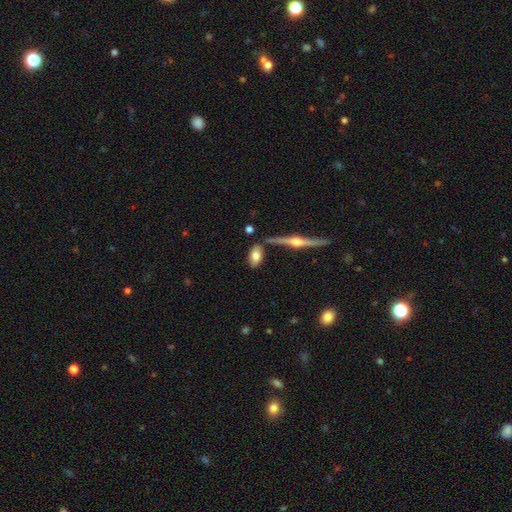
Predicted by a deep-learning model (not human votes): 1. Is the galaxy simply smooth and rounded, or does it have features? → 70% smooth, 23% featured or disk, 7% star or artifact.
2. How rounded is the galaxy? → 87% in between, 8% cigar-shaped, 5% round.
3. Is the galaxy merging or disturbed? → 71% none, 14% minor disturbance, 12% merger, 4% major disturbance.